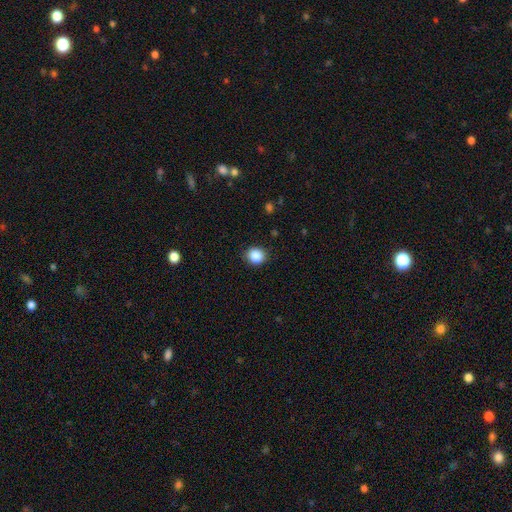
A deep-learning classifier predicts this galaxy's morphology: This is clearly a smooth galaxy (87%). How rounded: clearly round (81%). Merging: clearly none (89%).